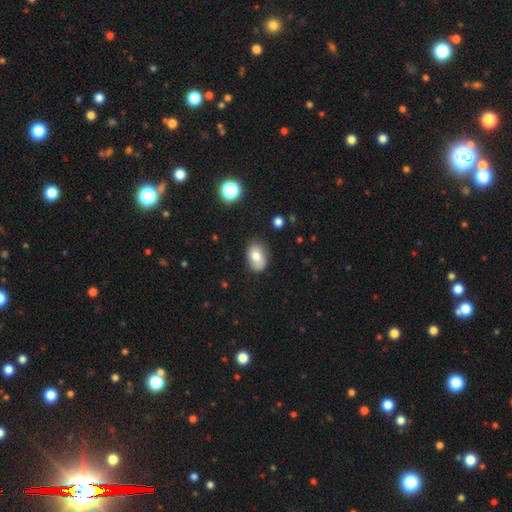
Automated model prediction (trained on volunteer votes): smooth-or-featured: smooth: 76% | featured or disk: 15% | star or artifact: 9%
  how-rounded: in between: 85% | round: 14% | cigar-shaped: 1%
  merging: none: 75% | minor disturbance: 19% | major disturbance: 4% | merger: 2%